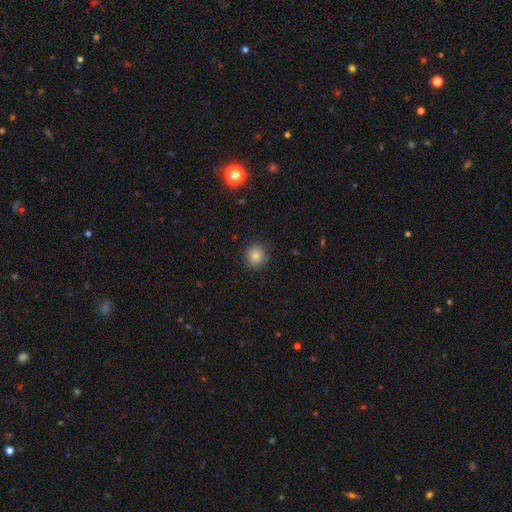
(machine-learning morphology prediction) Smooth or featured? smooth (85%)
How rounded? round (88%)
Merging? none (88%)